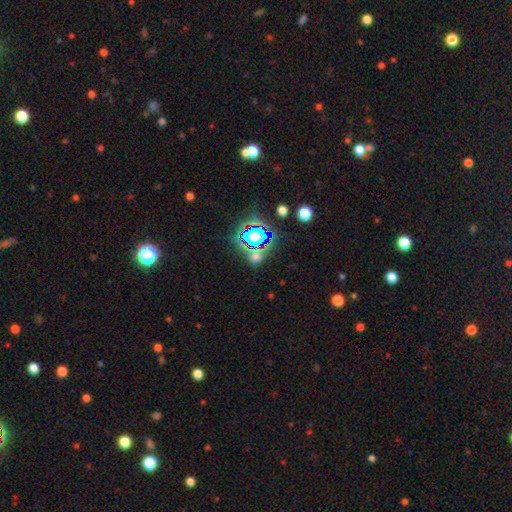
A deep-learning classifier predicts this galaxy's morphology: A star or artifact, not a galaxy (52%).

Vote fractions:
- Smooth or featured? star or artifact: 52% / smooth: 38% / featured or disk: 11%